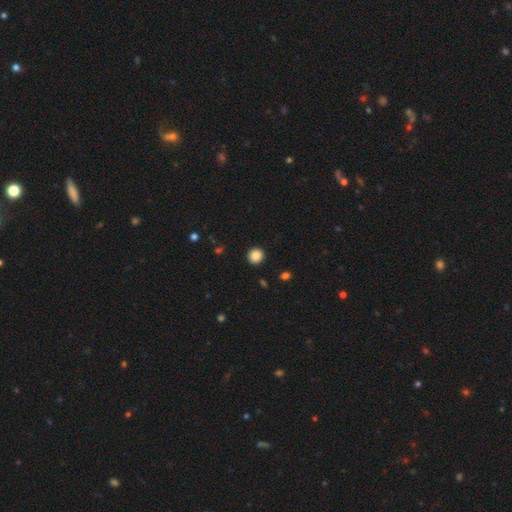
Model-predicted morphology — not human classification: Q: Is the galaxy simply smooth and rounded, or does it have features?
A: smooth — 87%.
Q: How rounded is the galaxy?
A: round — 93%.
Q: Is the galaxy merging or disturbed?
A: none — 93%.